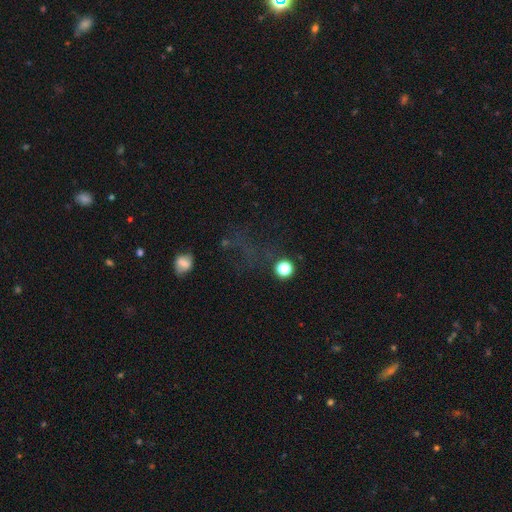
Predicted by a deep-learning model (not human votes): star or artifact 58%, smooth 27%, featured or disk 15%.